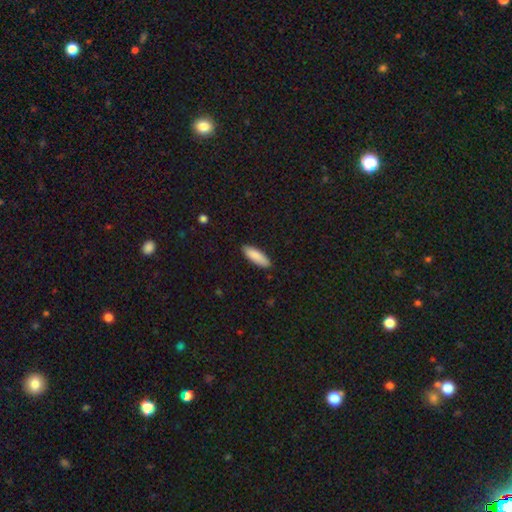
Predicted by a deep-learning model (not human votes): The model was most divided on "how rounded": in between: 58%, cigar-shaped: 41%, round: 1%. More confident: smooth or featured — smooth (89%); merging — none (88%).